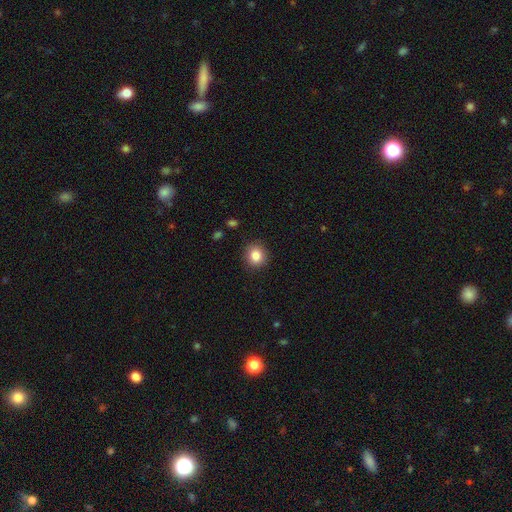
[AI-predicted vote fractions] The model was most divided on "smooth or featured": smooth: 84%, star or artifact: 10%, featured or disk: 6%. More confident: merging — none (90%); how rounded — round (87%).